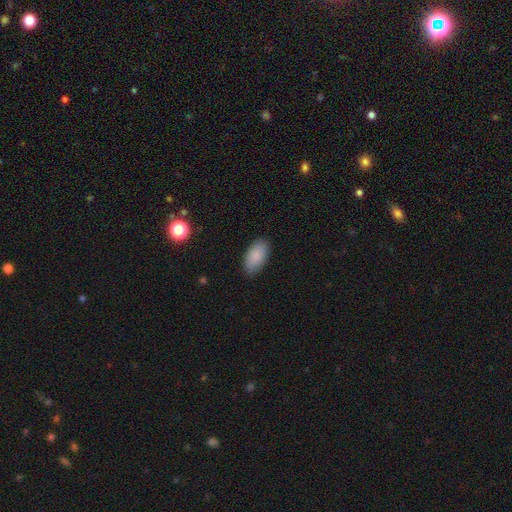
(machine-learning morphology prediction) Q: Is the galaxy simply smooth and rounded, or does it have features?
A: smooth — 88%.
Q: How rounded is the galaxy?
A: in between — 94%.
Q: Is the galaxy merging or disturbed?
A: none — 85%.